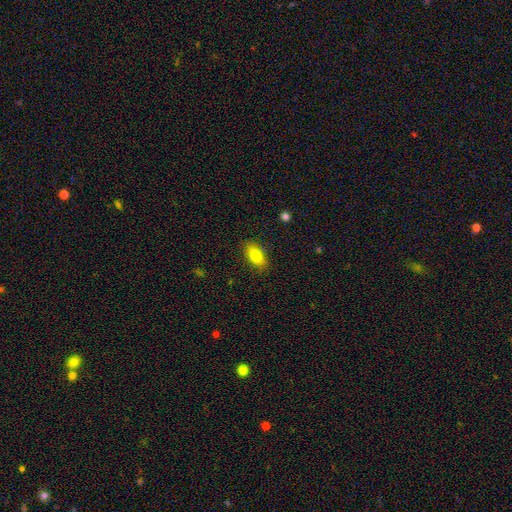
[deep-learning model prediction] This is clearly a smooth galaxy (80%). How rounded: clearly in between (86%). Merging: clearly none (87%).